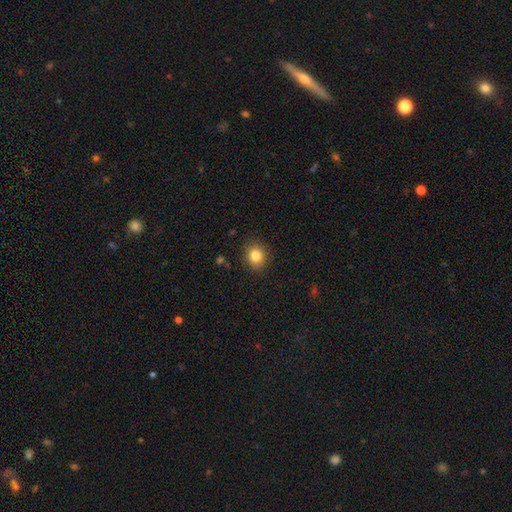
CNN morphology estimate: Smooth or featured: smooth — 83% (star or artifact — 11%)
How rounded: round — 77% (in between — 22%)
Merging: none — 89% (minor disturbance — 7%)